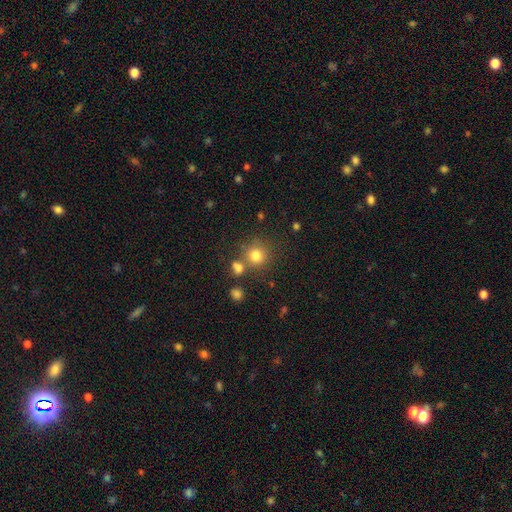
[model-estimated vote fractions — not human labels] smooth-or-featured: smooth: 79% | star or artifact: 14% | featured or disk: 8%
  how-rounded: round: 89% | in between: 10% | cigar-shaped: 1%
  merging: none: 69% | merger: 17% | minor disturbance: 10% | major disturbance: 4%